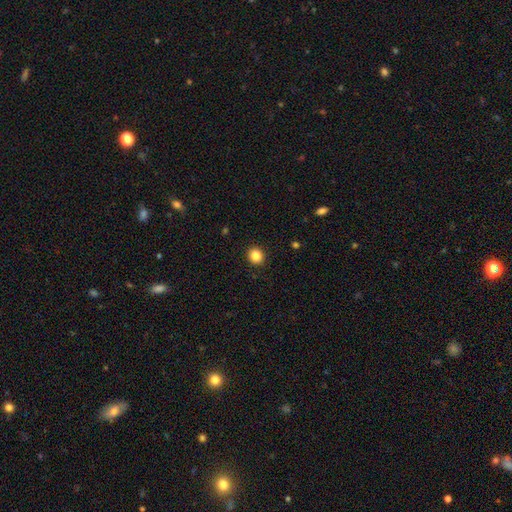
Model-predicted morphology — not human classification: smooth 86%, star or artifact 10%, featured or disk 4%. Down the decision tree: how rounded — round (79%); merging — none (92%).